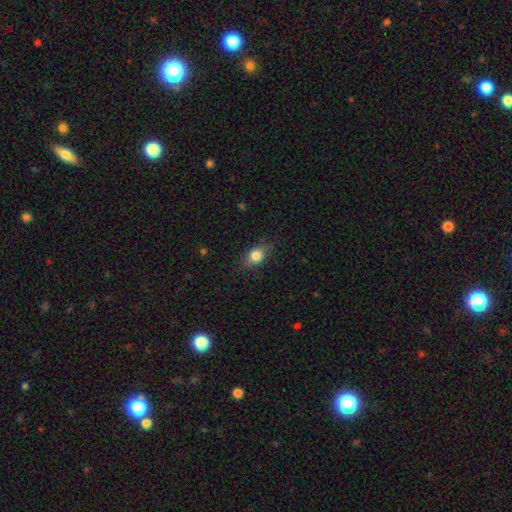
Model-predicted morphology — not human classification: smooth-or-featured: smooth: 80% | featured or disk: 11% | star or artifact: 9%
  how-rounded: in between: 68% | round: 28% | cigar-shaped: 4%
  merging: none: 80% | minor disturbance: 15% | major disturbance: 3% | merger: 1%